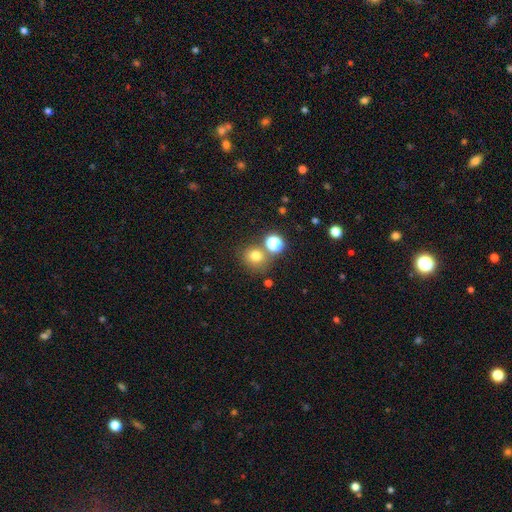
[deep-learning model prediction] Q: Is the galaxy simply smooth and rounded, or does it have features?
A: smooth — 73%.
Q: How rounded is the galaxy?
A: round — 82%.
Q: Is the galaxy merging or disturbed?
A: none — 69%.